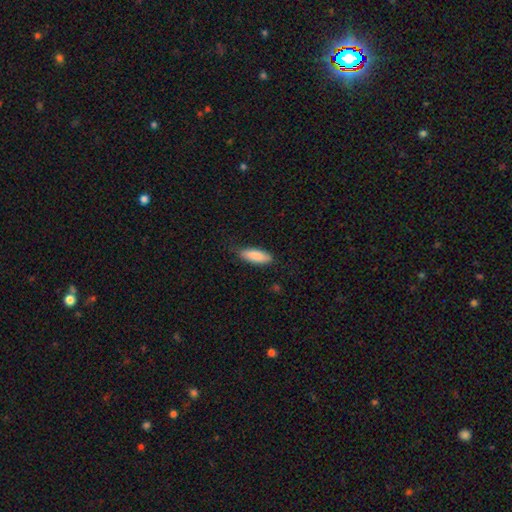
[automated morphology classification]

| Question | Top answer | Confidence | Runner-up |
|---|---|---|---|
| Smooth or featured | smooth | 87% | featured or disk (7%) |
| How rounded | in between | 63% | cigar-shaped (35%) |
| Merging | none | 76% | minor disturbance (19%) |